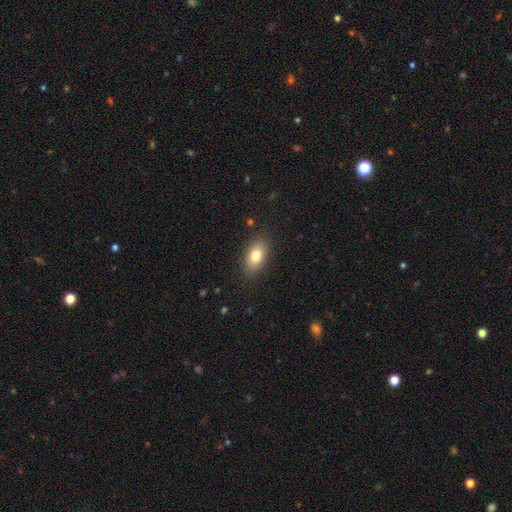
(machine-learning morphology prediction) This appears to be a smooth galaxy with no disk features (81%) that is in between round and cigar-shaped (88%). Merging: none (86%).